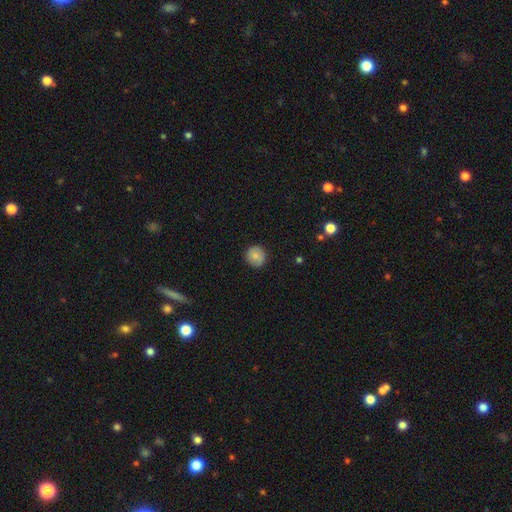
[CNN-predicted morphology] This is likely a smooth galaxy (80%). How rounded: clearly round (92%). Merging: clearly none (88%).